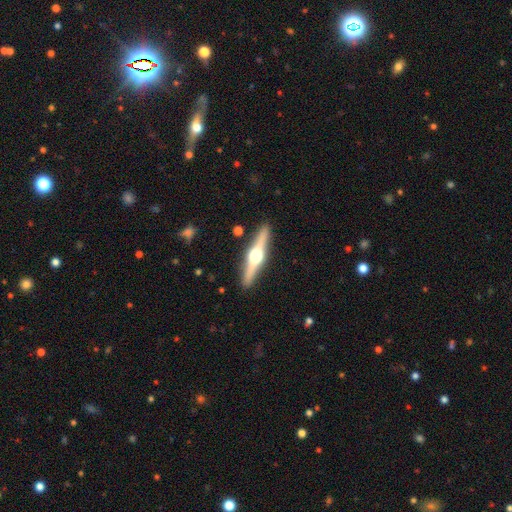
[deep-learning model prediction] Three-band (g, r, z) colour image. It shows a featured or disk galaxy (76%) viewed edge-on (98%) with a rounded central bulge (97%). Merging: none (90%).